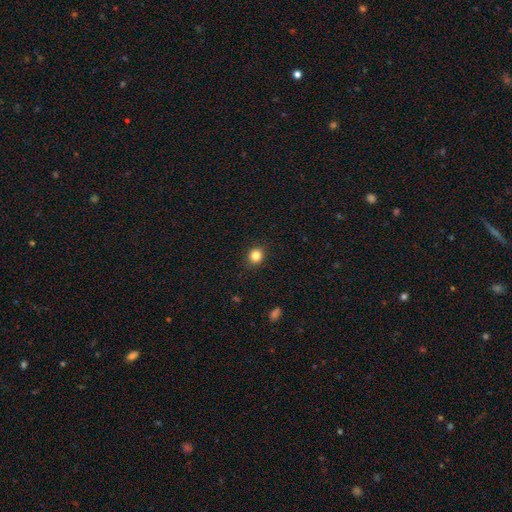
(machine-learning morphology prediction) Q: Smooth or featured?
A: smooth (84%); runner-up: star or artifact (11%)
Q: How rounded?
A: round (83%); runner-up: in between (16%)
Q: Merging?
A: none (90%); runner-up: minor disturbance (7%)